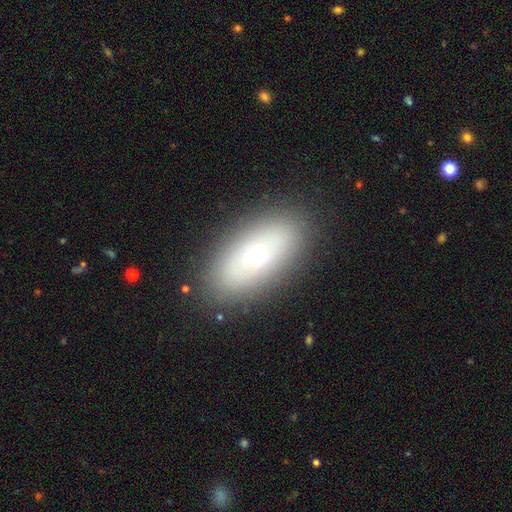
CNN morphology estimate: Smooth or featured: smooth — 59% (featured or disk — 31%)
How rounded: in between — 86% (round — 8%)
Merging: none — 86% (minor disturbance — 9%)